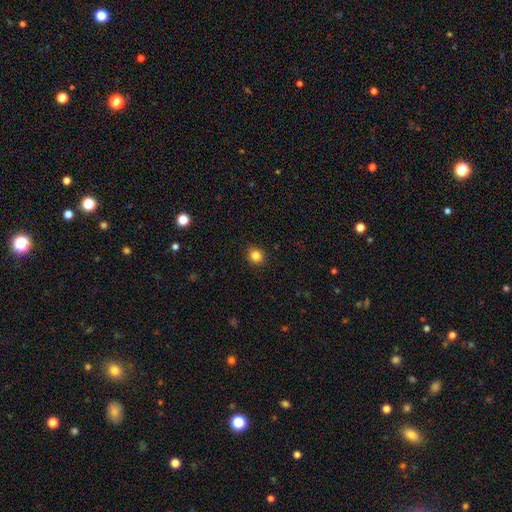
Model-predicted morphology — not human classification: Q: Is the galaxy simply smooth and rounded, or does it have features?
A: smooth — 84%.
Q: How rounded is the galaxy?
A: round — 87%.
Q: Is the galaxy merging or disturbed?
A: none — 90%.